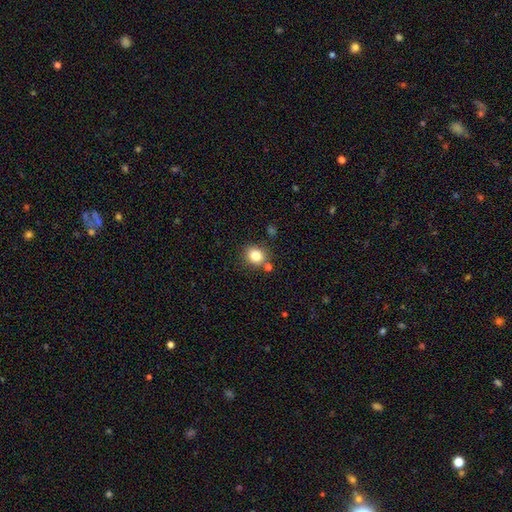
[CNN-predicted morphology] This appears to be a smooth galaxy with no disk features (81%) that is round (78%). Merging: none (79%).